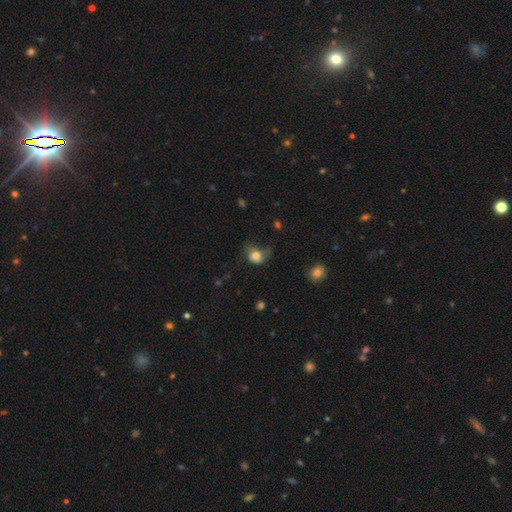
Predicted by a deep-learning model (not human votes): A smooth galaxy with no disk features (77%) that is round (56%). Merging: minor disturbance (35%).